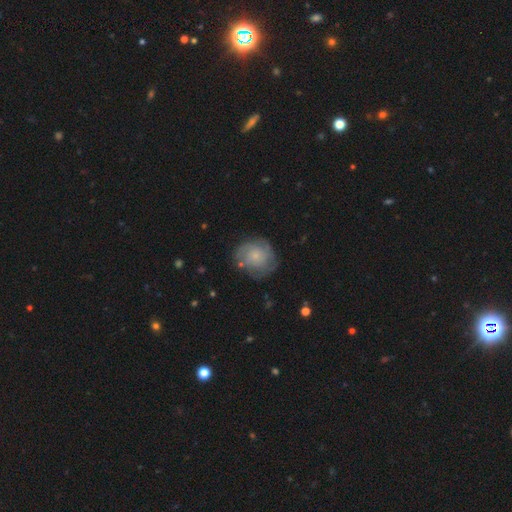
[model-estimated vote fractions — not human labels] A featured or disk galaxy (51%) with no bar (83%), spiral arms (79%) and a small central bulge (69%). Merging: none (69%).